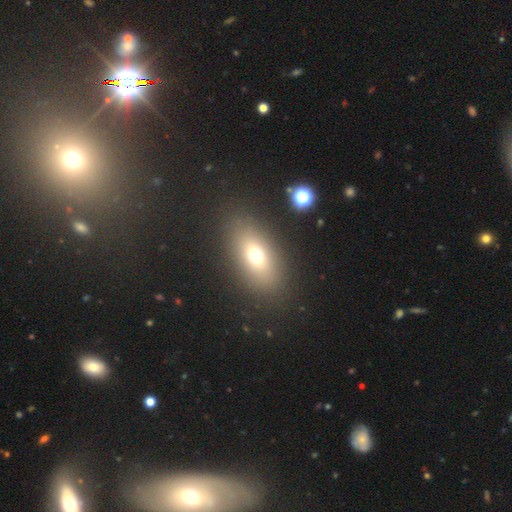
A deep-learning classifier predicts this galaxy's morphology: smooth-or-featured: smooth: 67% | featured or disk: 19% | star or artifact: 15%
  how-rounded: in between: 81% | round: 14% | cigar-shaped: 5%
  merging: none: 85% | minor disturbance: 8% | major disturbance: 5% | merger: 2%